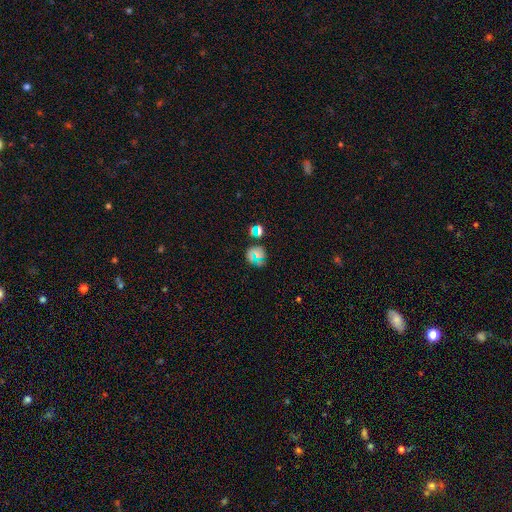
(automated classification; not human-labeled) Smooth or featured: smooth — 45% (star or artifact — 32%)
Merging: none — 61% (minor disturbance — 15%)